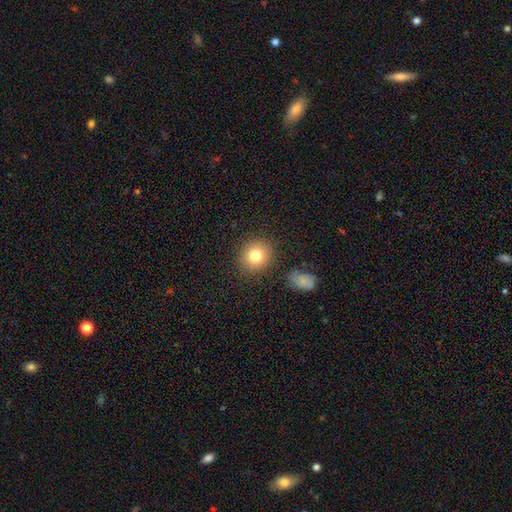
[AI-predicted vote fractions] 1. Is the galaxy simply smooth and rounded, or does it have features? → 81% smooth, 10% star or artifact, 9% featured or disk.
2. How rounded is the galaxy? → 81% round, 18% in between, 1% cigar-shaped.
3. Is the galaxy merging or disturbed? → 86% none, 8% minor disturbance, 3% major disturbance, 3% merger.